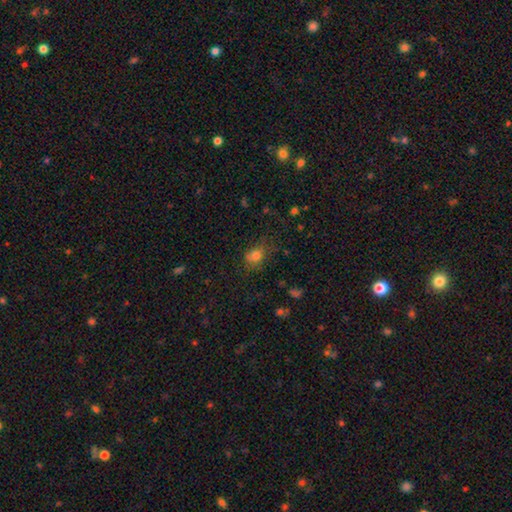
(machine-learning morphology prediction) smooth-or-featured: smooth: 77% | star or artifact: 15% | featured or disk: 8%
  how-rounded: round: 51% | in between: 47% | cigar-shaped: 2%
  merging: none: 62% | minor disturbance: 24% | major disturbance: 11% | merger: 3%